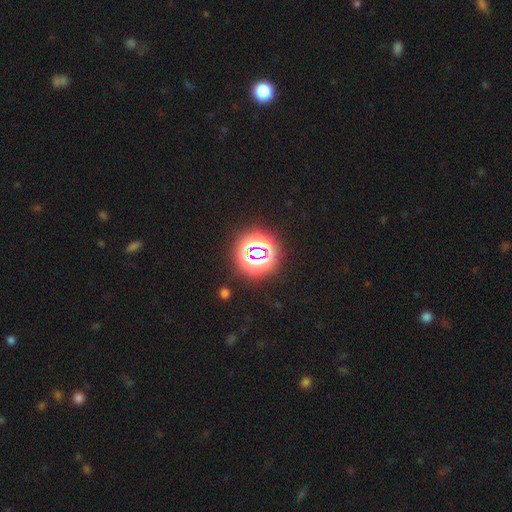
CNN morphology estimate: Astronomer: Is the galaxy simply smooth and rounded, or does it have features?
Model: star or artifact — 70%.